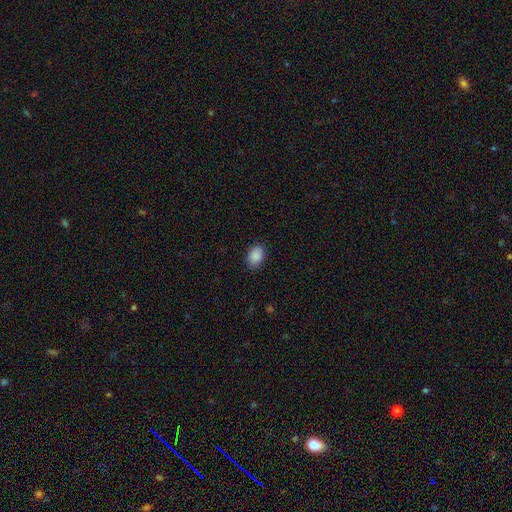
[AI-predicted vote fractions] Q: Smooth or featured?
A: smooth (89%); runner-up: star or artifact (8%)
Q: How rounded?
A: in between (75%); runner-up: round (24%)
Q: Merging?
A: none (86%); runner-up: minor disturbance (11%)